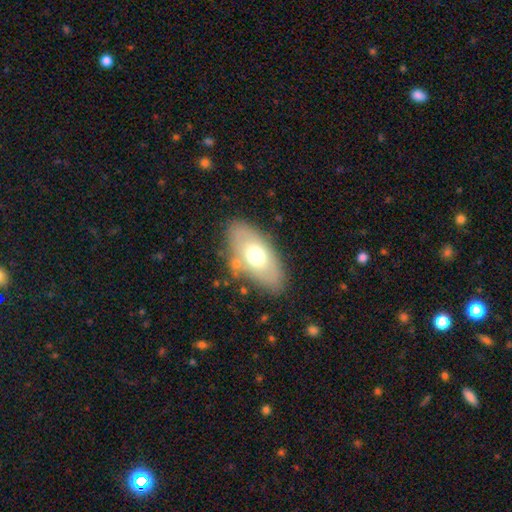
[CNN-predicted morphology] Smooth or featured? Predicted: smooth (p=0.61). How rounded? Predicted: in between (p=0.89). Merging? Predicted: none (p=0.78).